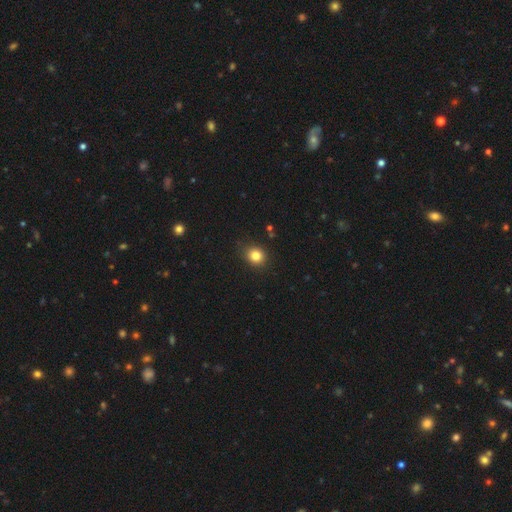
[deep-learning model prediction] A smooth galaxy with no disk features (82%) that is round (75%). Merging: none (87%).